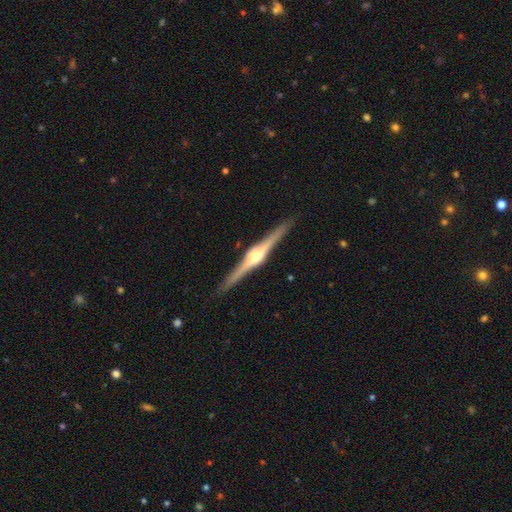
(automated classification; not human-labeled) The model was most divided on "smooth or featured": featured or disk: 86%, smooth: 9%, star or artifact: 5%. More confident: edge-on disk — yes (99%); merging — none (92%); edge-on bulge — rounded (90%).